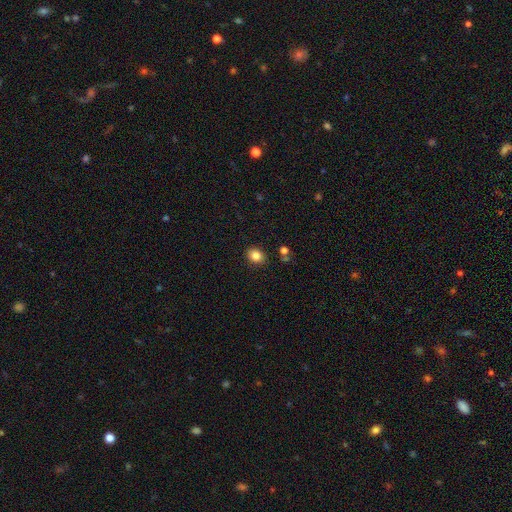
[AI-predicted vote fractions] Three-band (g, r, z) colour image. It shows a smooth galaxy with no disk features (84%) that is round (50%). Merging: none (87%).